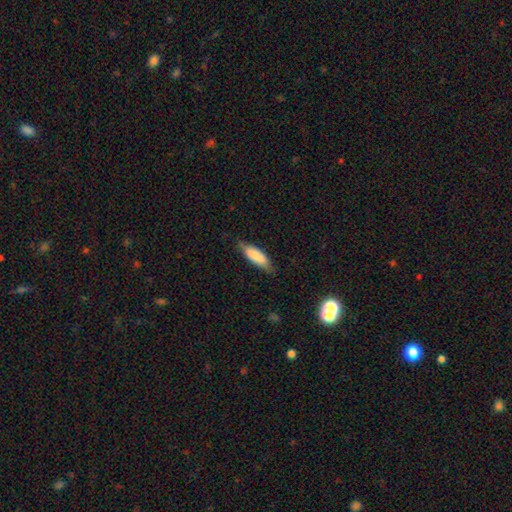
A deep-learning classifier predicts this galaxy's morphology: Smooth or featured? smooth (80%)
How rounded? in between (57%)
Merging? none (72%)